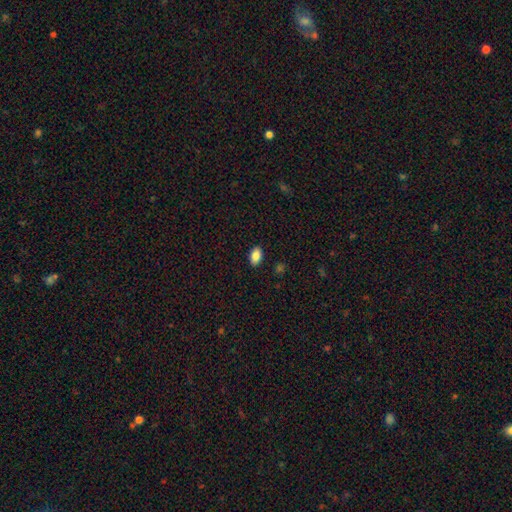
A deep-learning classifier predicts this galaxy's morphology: Smooth or featured?
  - smooth: 86% *
  - star or artifact: 8%
  - featured or disk: 6%
How rounded?
  - in between: 91% *
  - round: 6%
  - cigar-shaped: 2%
Merging?
  - none: 89% *
  - minor disturbance: 8%
  - major disturbance: 2%
  - merger: 1%